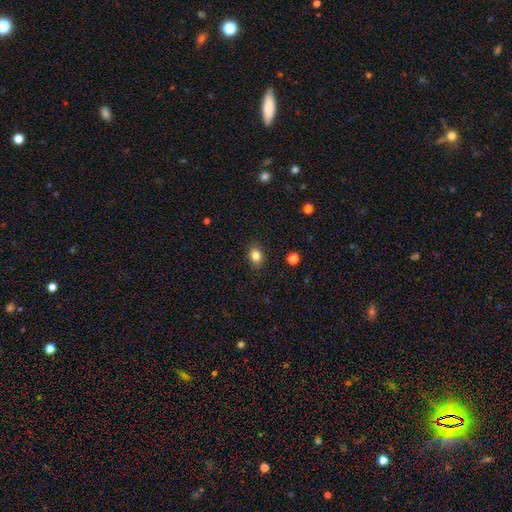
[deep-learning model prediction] Q: Smooth or featured?
A: smooth (82%); runner-up: star or artifact (11%)
Q: How rounded?
A: in between (55%); runner-up: round (44%)
Q: Merging?
A: none (88%); runner-up: minor disturbance (9%)